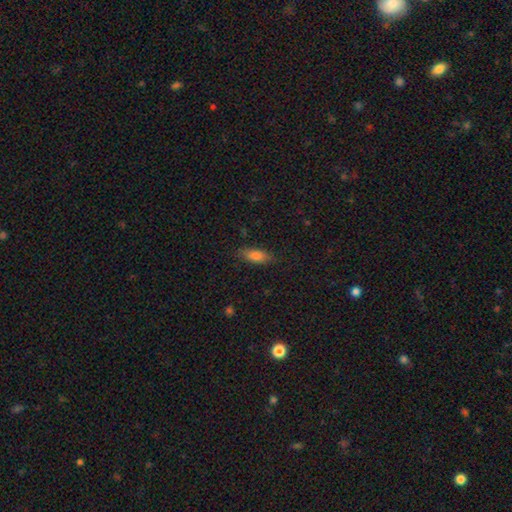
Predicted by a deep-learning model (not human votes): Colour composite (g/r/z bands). It shows a smooth galaxy with no disk features (78%) that is in between round and cigar-shaped (71%). Merging: none (83%).